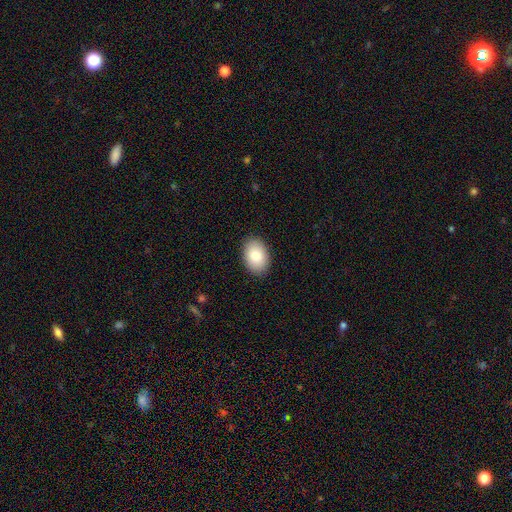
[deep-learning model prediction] Q: Smooth or featured?
A: smooth (85%); runner-up: featured or disk (8%)
Q: How rounded?
A: in between (86%); runner-up: round (13%)
Q: Merging?
A: none (89%); runner-up: minor disturbance (8%)